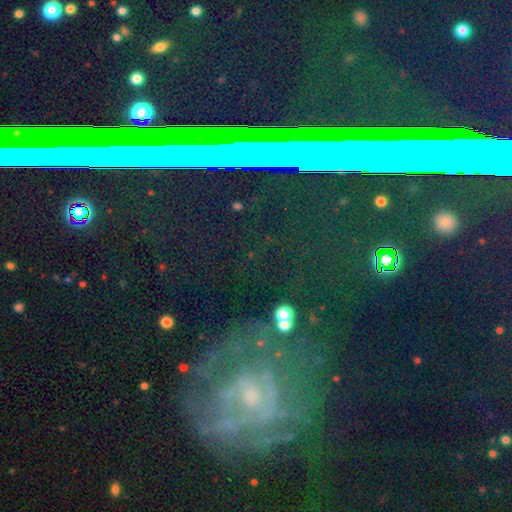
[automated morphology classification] This appears to be a star or artifact, not a galaxy (68%).